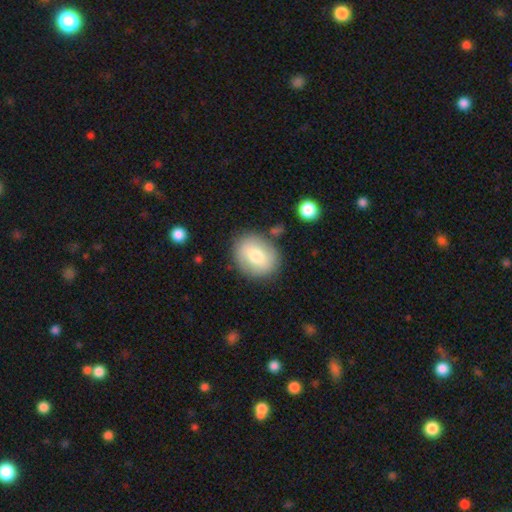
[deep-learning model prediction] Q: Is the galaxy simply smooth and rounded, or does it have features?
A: smooth — 71%.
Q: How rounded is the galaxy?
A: round — 56%.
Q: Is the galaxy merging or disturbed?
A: none — 80%.